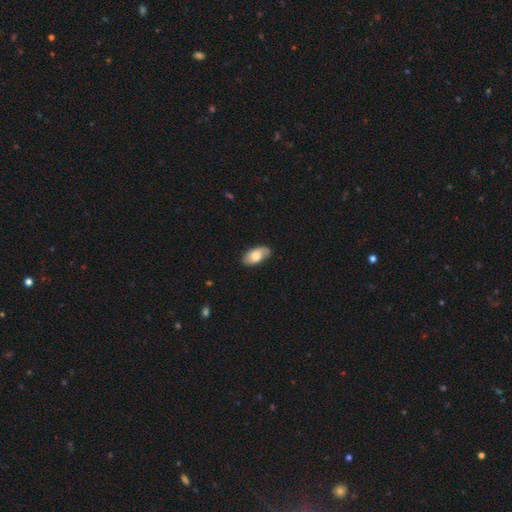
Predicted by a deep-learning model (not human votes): Overall: smooth (71%). How rounded: in between (94%). Merging: none (78%).